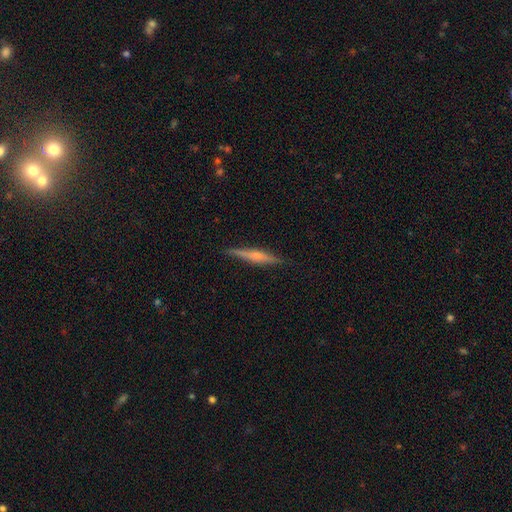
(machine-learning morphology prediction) Smooth or featured? featured or disk (60%)
Edge-on disk? yes (97%)
Edge-on bulge? rounded (67%)
Merging? none (88%)